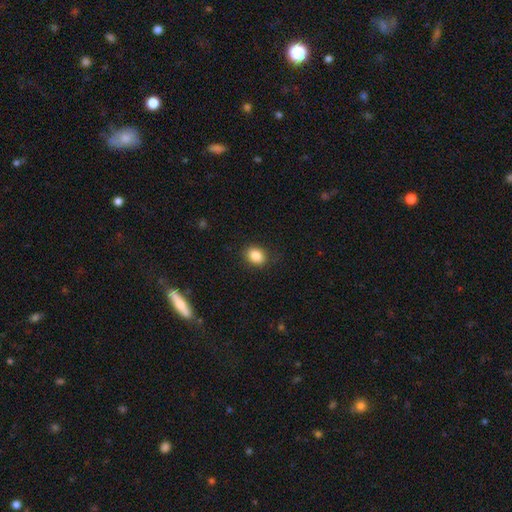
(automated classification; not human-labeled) Overall: smooth (85%). How rounded: in between (54%; round 45%). Merging: none (87%).